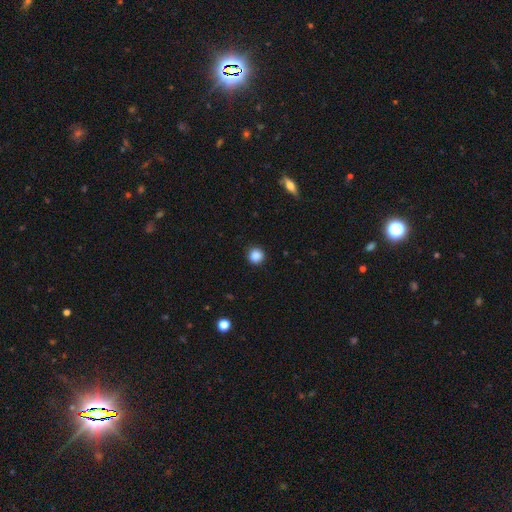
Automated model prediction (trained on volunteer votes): Smooth or featured?
  - smooth: 88% *
  - star or artifact: 10%
  - featured or disk: 3%
How rounded?
  - round: 94% *
  - in between: 5%
  - cigar-shaped: 1%
Merging?
  - none: 91% *
  - minor disturbance: 6%
  - major disturbance: 2%
  - merger: 1%